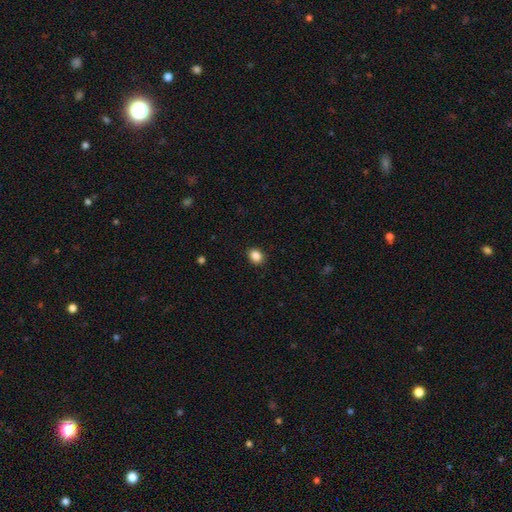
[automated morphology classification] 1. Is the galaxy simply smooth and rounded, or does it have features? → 87% smooth, 10% star or artifact, 3% featured or disk.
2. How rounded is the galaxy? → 54% round, 45% in between, 1% cigar-shaped.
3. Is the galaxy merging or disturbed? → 90% none, 7% minor disturbance, 2% major disturbance, 1% merger.